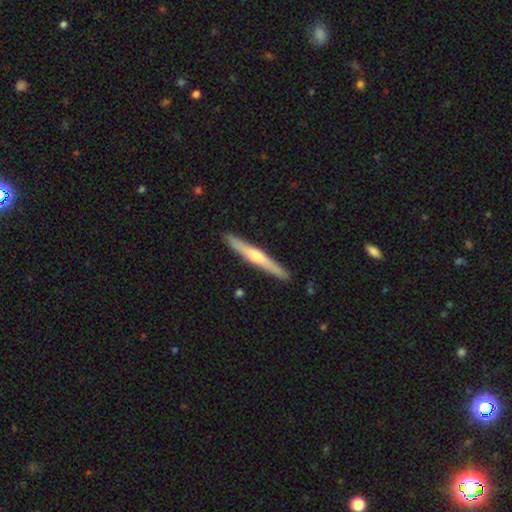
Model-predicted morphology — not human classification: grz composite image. It shows a featured or disk galaxy (64%) viewed edge-on (97%) with a rounded central bulge (84%). Merging: none (91%).